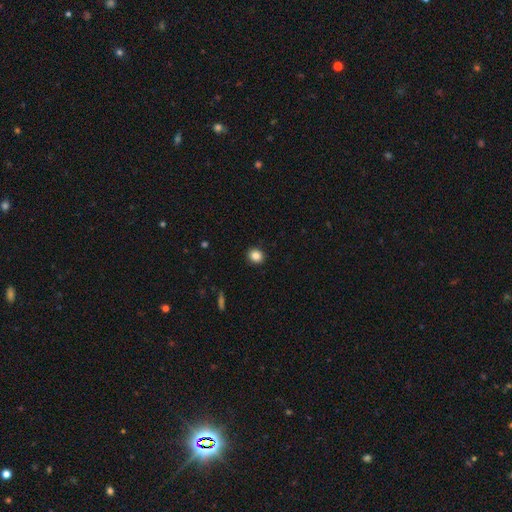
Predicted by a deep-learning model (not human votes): Q: Smooth or featured?
A: smooth (85%); runner-up: star or artifact (10%)
Q: How rounded?
A: round (76%); runner-up: in between (23%)
Q: Merging?
A: none (92%); runner-up: minor disturbance (5%)